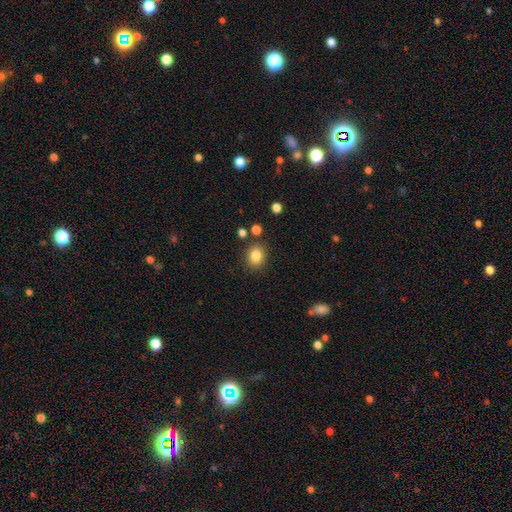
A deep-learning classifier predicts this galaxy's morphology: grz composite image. It shows a smooth galaxy with no disk features (84%) that is round (61%). Merging: none (83%).